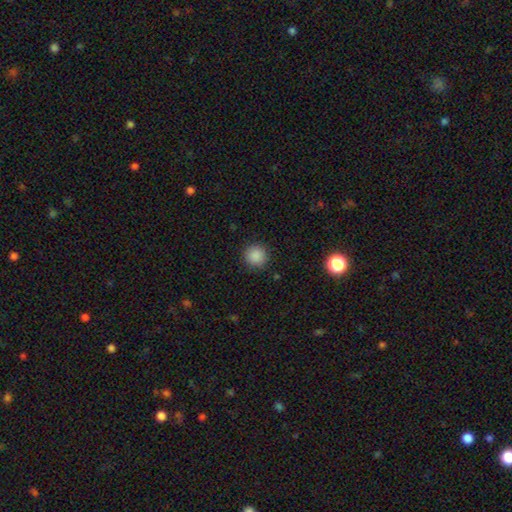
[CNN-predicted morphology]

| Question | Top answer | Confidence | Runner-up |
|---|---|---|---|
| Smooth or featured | smooth | 87% | star or artifact (10%) |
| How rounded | round | 95% | in between (4%) |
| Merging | none | 90% | minor disturbance (7%) |